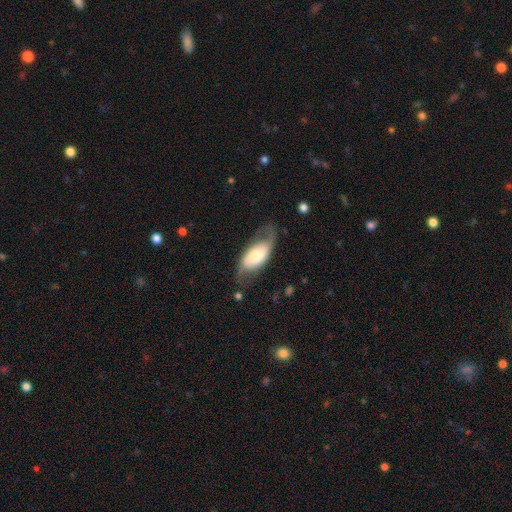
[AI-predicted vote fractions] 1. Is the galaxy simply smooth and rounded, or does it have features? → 52% featured or disk, 42% smooth, 6% star or artifact.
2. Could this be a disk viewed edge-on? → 89% no, 11% yes.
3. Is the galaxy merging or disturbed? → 57% none, 25% minor disturbance, 16% major disturbance, 2% merger.